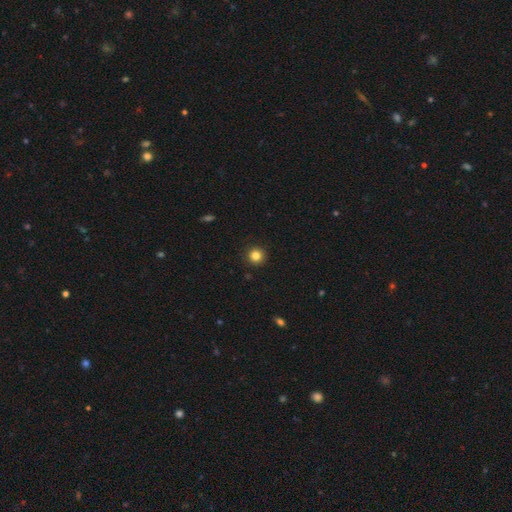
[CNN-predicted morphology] This appears to be a smooth galaxy with no disk features (83%) that is round (95%). Merging: none (93%).